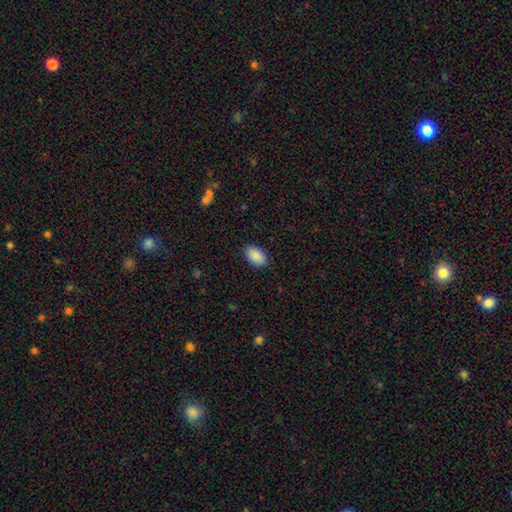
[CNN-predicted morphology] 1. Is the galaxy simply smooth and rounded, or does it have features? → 90% smooth, 7% star or artifact, 4% featured or disk.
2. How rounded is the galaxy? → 92% in between, 7% round, 1% cigar-shaped.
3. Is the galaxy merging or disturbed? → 88% none, 9% minor disturbance, 2% major disturbance, 1% merger.